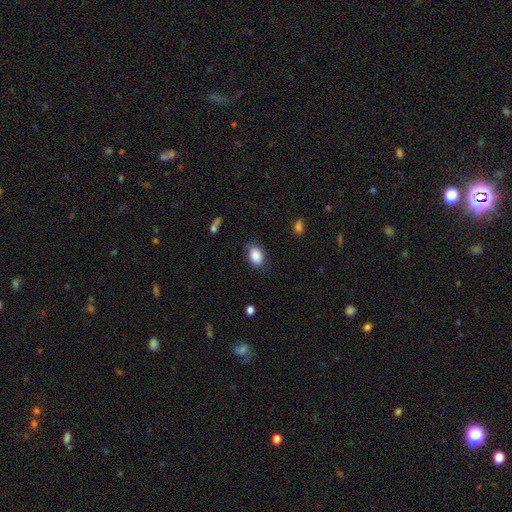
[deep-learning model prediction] Morphology: type=smooth (88%); roundness=in between (85%); merging=none (76%).